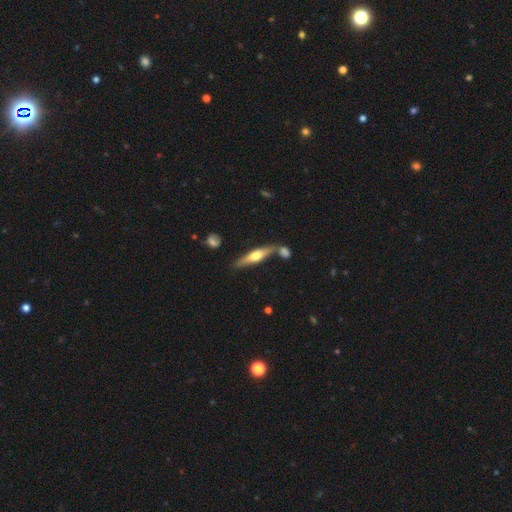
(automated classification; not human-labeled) This appears to be a featured or disk galaxy (59%) viewed edge-on (93%) with a rounded central bulge (90%). Merging: none (66%).